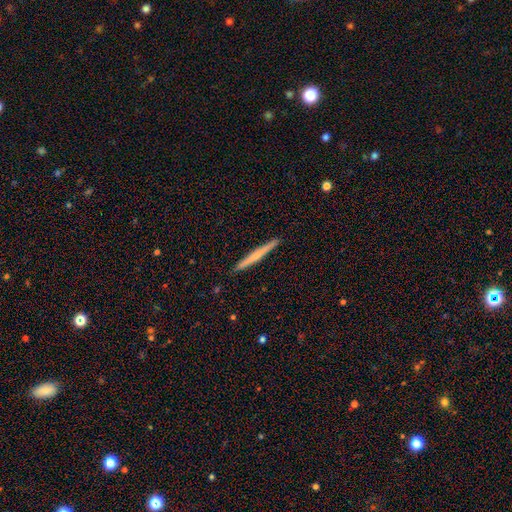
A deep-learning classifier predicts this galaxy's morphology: Smooth or featured: smooth — 49% (featured or disk — 45%)
Merging: none — 93% (minor disturbance — 5%)